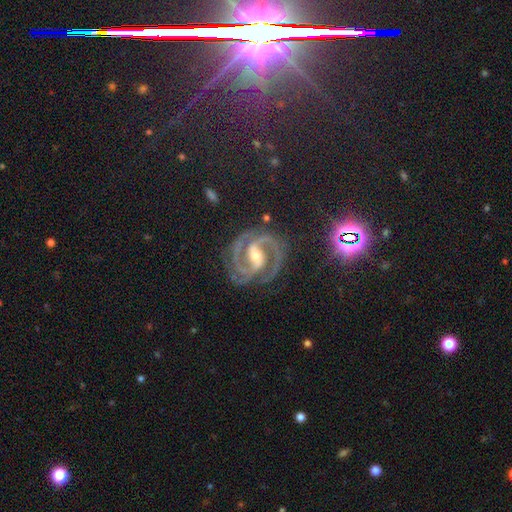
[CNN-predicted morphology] smooth_or_featured: featured or disk (p=0.93) [alt: star or artifact p=0.05]
disk_edge_on: no (p=0.98) [alt: yes p=0.02]
bar: strong (p=0.52) [alt: weak p=0.35]
has_spiral_arms: yes (p=0.99) [alt: no p=0.01]
spiral_winding: medium (p=0.49) [alt: tight p=0.45]
spiral_arm_count: 2 (p=0.67) [alt: 3 p=0.20]
bulge_size: moderate (p=0.56) [alt: small p=0.39]
merging: none (p=0.79) [alt: minor disturbance p=0.14]